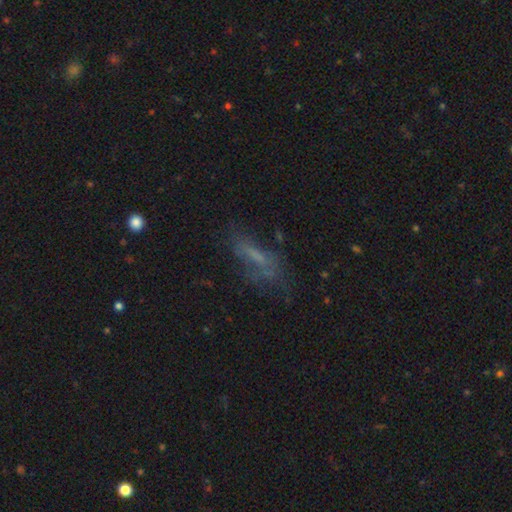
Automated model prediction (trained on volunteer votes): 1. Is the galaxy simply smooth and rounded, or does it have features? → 43% smooth, 38% featured or disk, 19% star or artifact.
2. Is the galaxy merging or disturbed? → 50% none, 24% major disturbance, 23% minor disturbance, 4% merger.